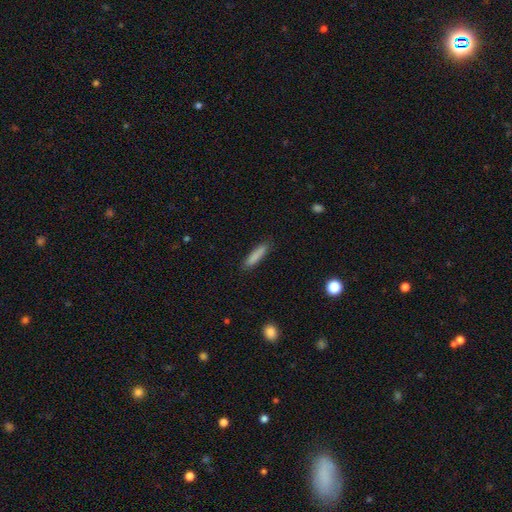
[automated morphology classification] A smooth galaxy with no disk features (85%) that is cigar-shaped (80%). Merging: none (87%).